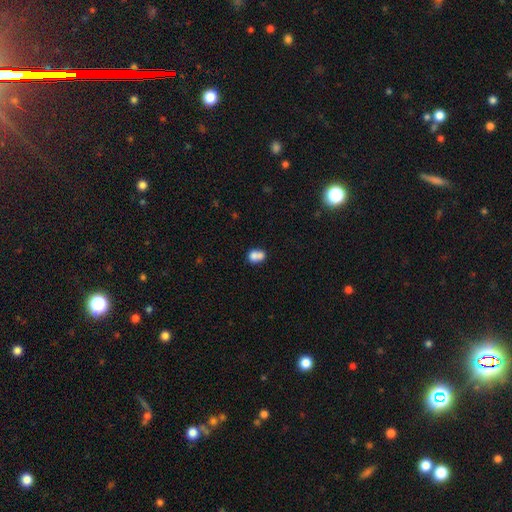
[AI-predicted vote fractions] smooth_or_featured: smooth (p=0.72) [alt: featured or disk p=0.18]
how_rounded: round (p=0.52) [alt: in between p=0.47]
merging: merger (p=0.63) [alt: none p=0.25]